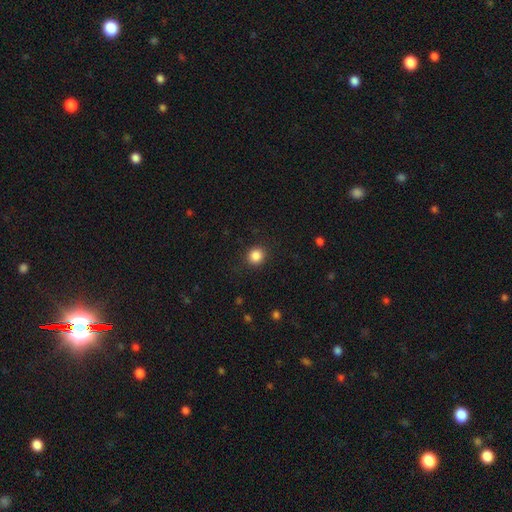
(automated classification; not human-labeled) Smooth or featured? smooth (86%)
How rounded? round (88%)
Merging? none (89%)